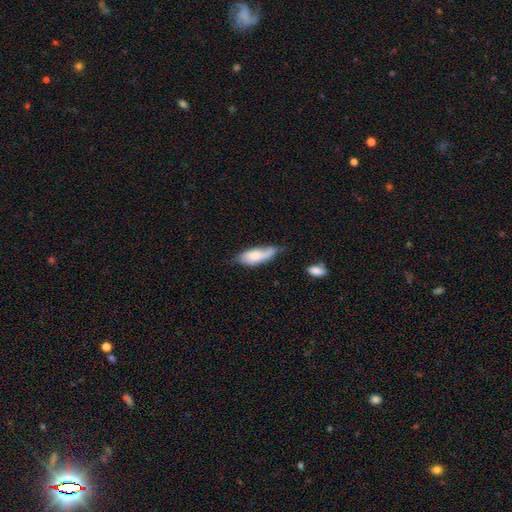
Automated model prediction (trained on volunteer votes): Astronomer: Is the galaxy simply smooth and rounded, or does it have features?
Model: smooth — 63%.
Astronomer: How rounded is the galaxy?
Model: in between — 68%.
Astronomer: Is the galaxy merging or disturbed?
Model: minor disturbance — 40% (runner-up: none, 39%).